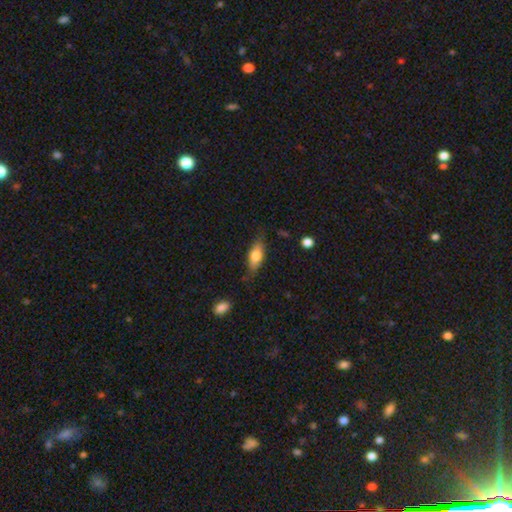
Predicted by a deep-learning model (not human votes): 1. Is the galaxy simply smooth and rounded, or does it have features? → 66% smooth, 27% featured or disk, 7% star or artifact.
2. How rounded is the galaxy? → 69% in between, 28% cigar-shaped, 3% round.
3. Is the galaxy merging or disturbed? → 74% none, 19% minor disturbance, 4% major disturbance, 2% merger.